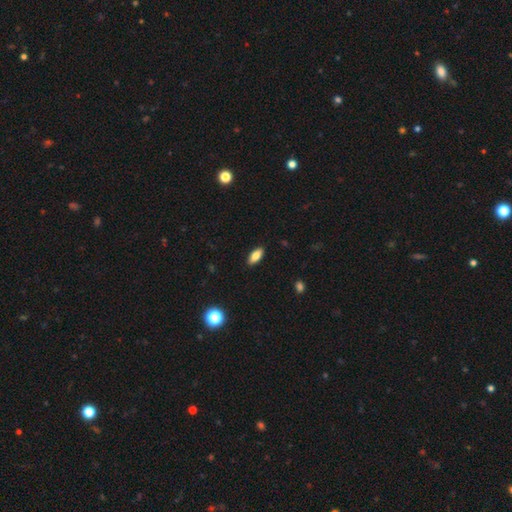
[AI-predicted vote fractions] smooth-or-featured: smooth: 79% | featured or disk: 13% | star or artifact: 8%
  how-rounded: in between: 83% | cigar-shaped: 14% | round: 3%
  merging: none: 89% | minor disturbance: 8% | major disturbance: 2% | merger: 1%